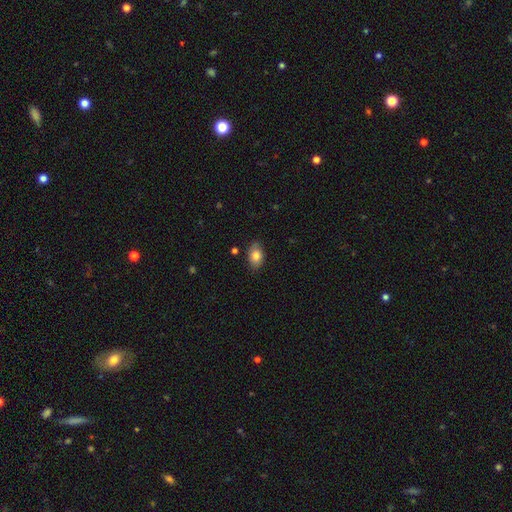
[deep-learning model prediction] Morphology: type=smooth (82%); roundness=in between (85%); merging=none (82%).